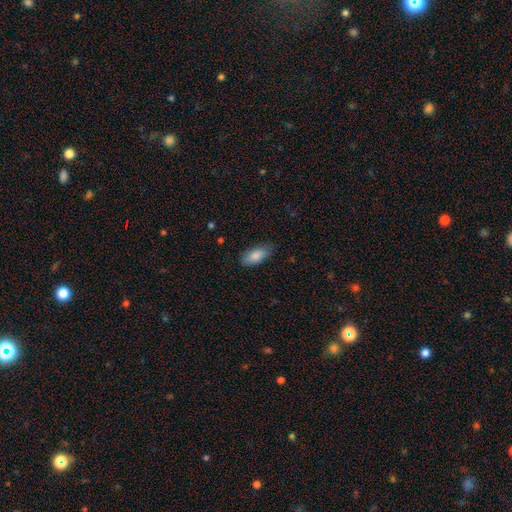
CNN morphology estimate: smooth-or-featured: smooth: 85% | featured or disk: 9% | star or artifact: 6%
  how-rounded: in between: 87% | cigar-shaped: 11% | round: 2%
  merging: none: 79% | minor disturbance: 17% | major disturbance: 3% | merger: 1%